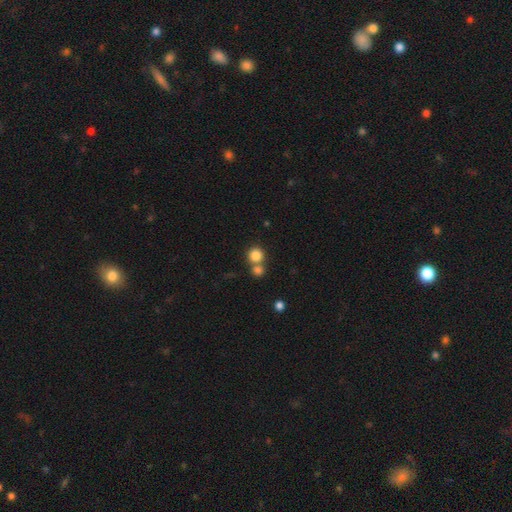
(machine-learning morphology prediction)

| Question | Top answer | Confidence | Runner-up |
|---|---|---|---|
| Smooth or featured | smooth | 83% | star or artifact (11%) |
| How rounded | round | 91% | in between (8%) |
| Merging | none | 55% | merger (36%) |